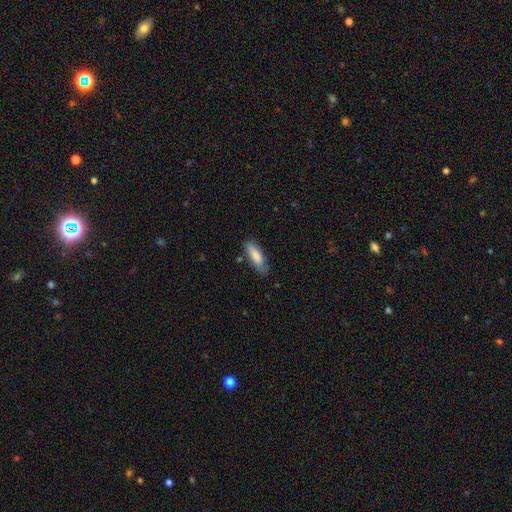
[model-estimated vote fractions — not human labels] Smooth or featured? Predicted: smooth (p=0.81). How rounded? Predicted: cigar-shaped (p=0.50). Merging? Predicted: none (p=0.74).